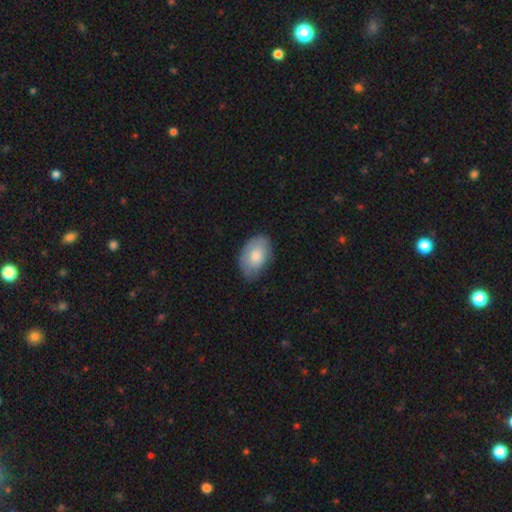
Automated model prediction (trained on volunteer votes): smooth 78%, featured or disk 17%, star or artifact 6%. Down the decision tree: how rounded — in between (90%); merging — none (71%).